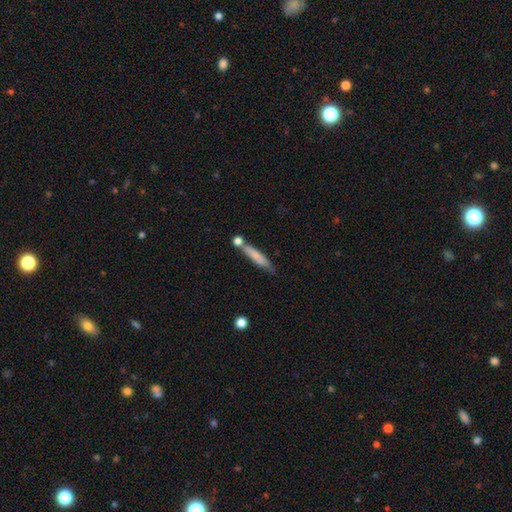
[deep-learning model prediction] The model was most divided on "merging": none: 61%, minor disturbance: 18%, merger: 16%, major disturbance: 5%. More confident: how rounded — cigar-shaped (90%); smooth or featured — smooth (69%).